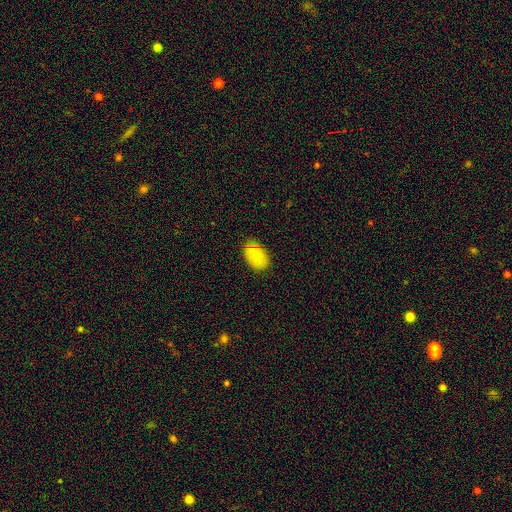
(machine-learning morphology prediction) type=smooth (80%); roundness=in between (87%); merging=none (82%).